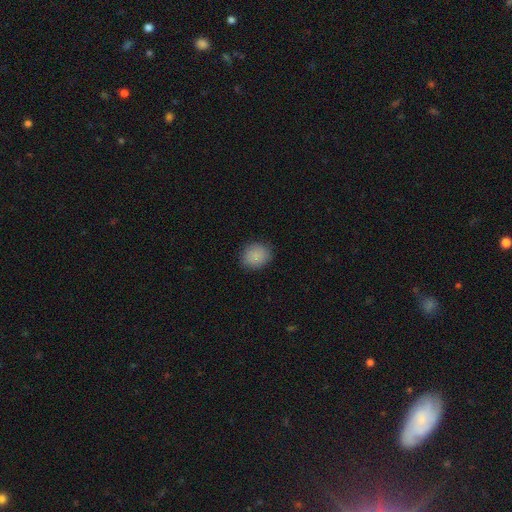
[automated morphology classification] The model was most divided on "how rounded": round: 67%, in between: 32%, cigar-shaped: 1%. More confident: smooth or featured — smooth (87%); merging — none (86%).